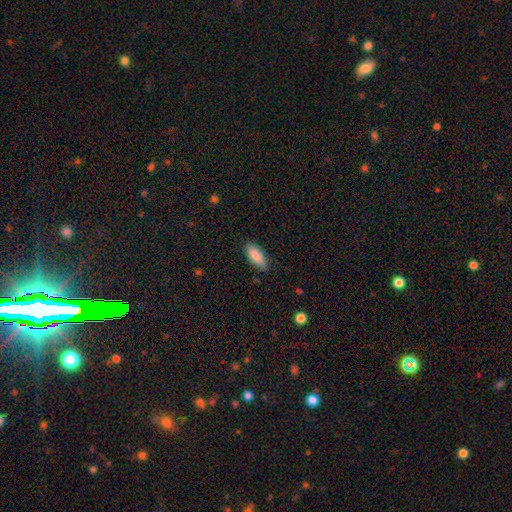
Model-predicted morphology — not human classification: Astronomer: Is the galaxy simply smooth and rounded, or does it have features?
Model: smooth — 87%.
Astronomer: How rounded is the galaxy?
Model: in between — 78%.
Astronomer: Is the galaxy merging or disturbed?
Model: none — 85%.